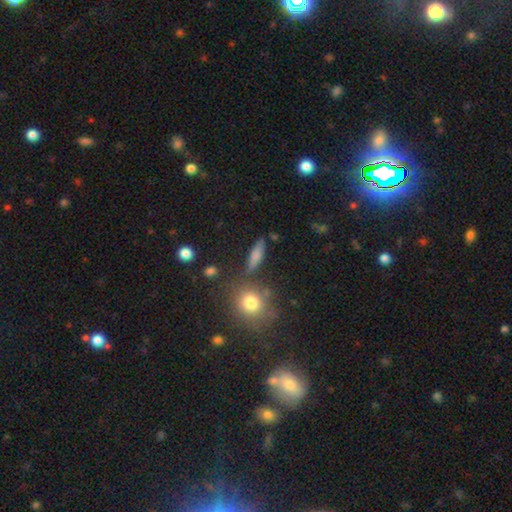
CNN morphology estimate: Q: Smooth or featured?
A: smooth (68%); runner-up: featured or disk (21%)
Q: How rounded?
A: cigar-shaped (64%); runner-up: in between (29%)
Q: Merging?
A: none (75%); runner-up: minor disturbance (14%)